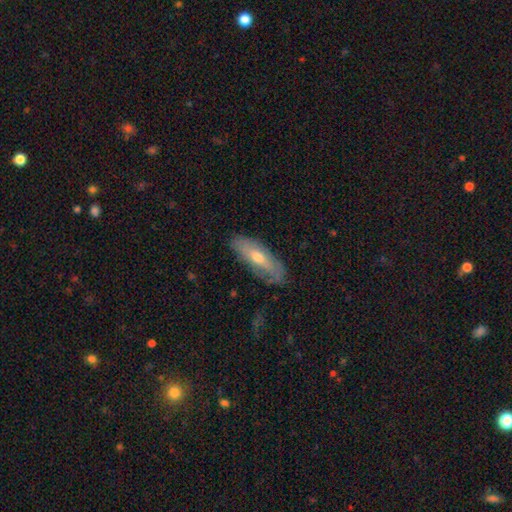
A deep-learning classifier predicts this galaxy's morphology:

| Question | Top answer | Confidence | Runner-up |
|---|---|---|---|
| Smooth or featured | smooth | 48% | featured or disk (45%) |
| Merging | none | 77% | minor disturbance (17%) |